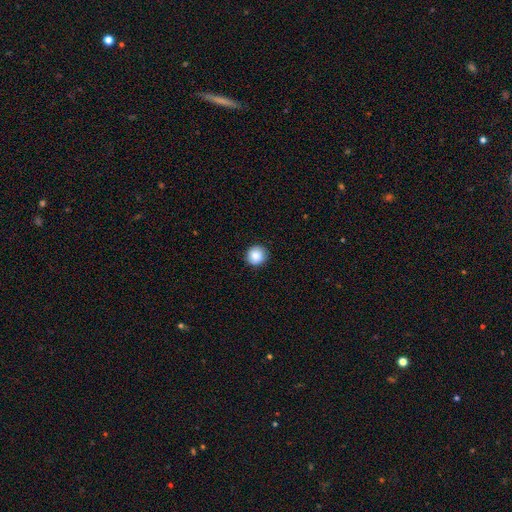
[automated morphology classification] The model was most divided on "smooth or featured": smooth: 87%, star or artifact: 8%, featured or disk: 5%. More confident: how rounded — round (93%); merging — none (90%).